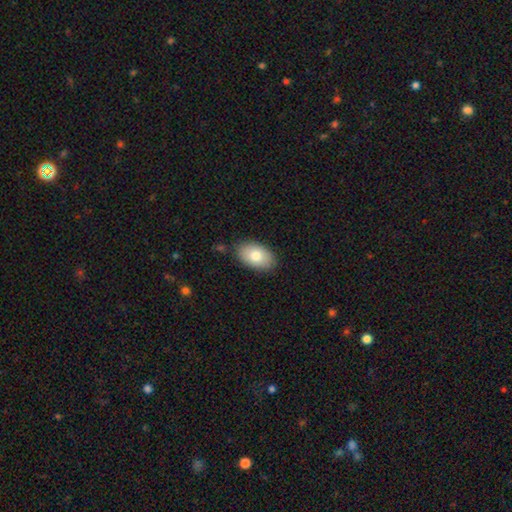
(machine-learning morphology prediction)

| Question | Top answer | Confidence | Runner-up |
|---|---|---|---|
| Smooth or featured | smooth | 80% | featured or disk (13%) |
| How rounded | in between | 92% | round (7%) |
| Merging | none | 84% | minor disturbance (12%) |